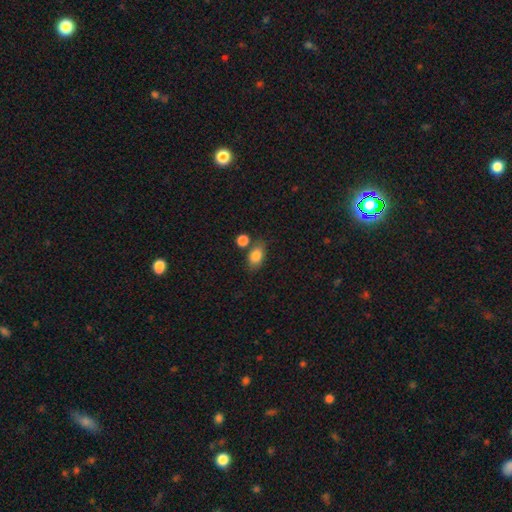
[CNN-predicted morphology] smooth-or-featured: smooth: 84% | star or artifact: 8% | featured or disk: 7%
  how-rounded: in between: 83% | round: 14% | cigar-shaped: 2%
  merging: none: 65% | minor disturbance: 15% | merger: 15% | major disturbance: 5%